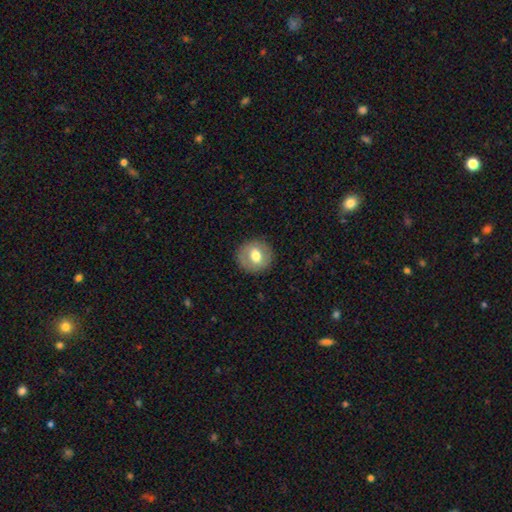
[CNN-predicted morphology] Q: Smooth or featured?
A: smooth (58%); runner-up: featured or disk (34%)
Q: How rounded?
A: round (86%); runner-up: in between (13%)
Q: Merging?
A: none (87%); runner-up: minor disturbance (9%)